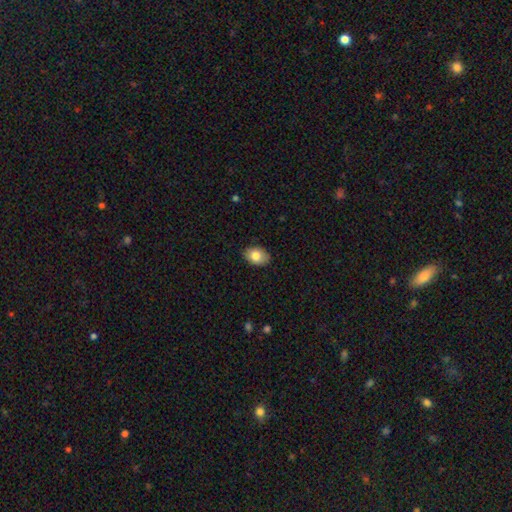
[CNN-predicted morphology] smooth-or-featured: smooth: 80% | featured or disk: 12% | star or artifact: 8%
  how-rounded: in between: 79% | round: 20% | cigar-shaped: 1%
  merging: none: 85% | minor disturbance: 12% | major disturbance: 2% | merger: 1%